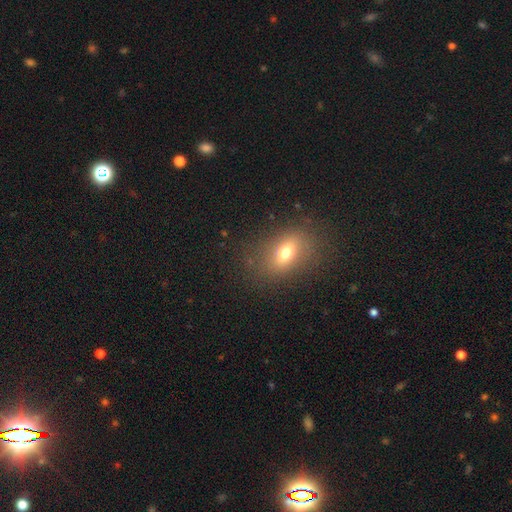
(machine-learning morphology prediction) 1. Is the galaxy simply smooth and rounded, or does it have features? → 61% smooth, 21% star or artifact, 18% featured or disk.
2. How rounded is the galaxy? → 72% in between, 24% round, 4% cigar-shaped.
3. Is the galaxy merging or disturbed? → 84% none, 11% minor disturbance, 4% major disturbance, 2% merger.